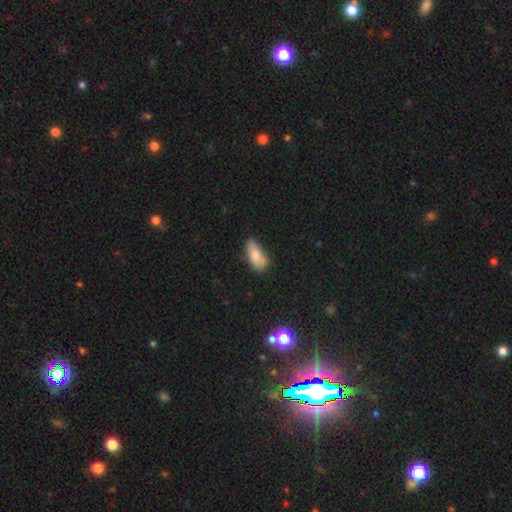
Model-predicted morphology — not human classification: The model was most divided on "merging": none: 56%, minor disturbance: 32%, major disturbance: 8%, merger: 4%. More confident: how rounded — in between (85%); smooth or featured — smooth (78%).